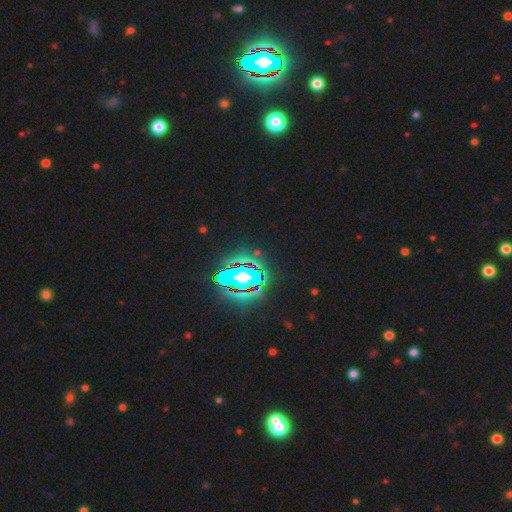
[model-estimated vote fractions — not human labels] Smooth or featured: star or artifact — 70% (featured or disk — 16%)